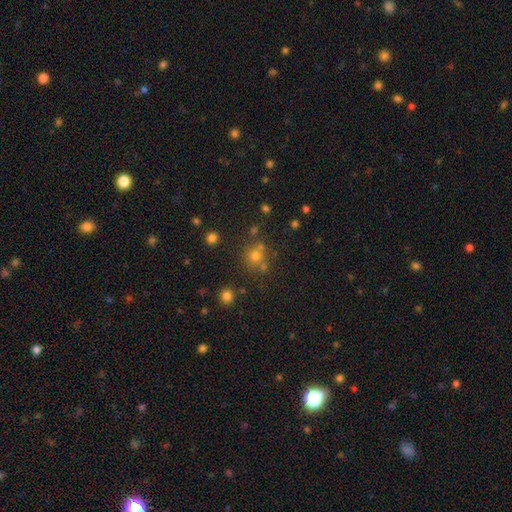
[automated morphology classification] This is likely a smooth galaxy (61%). How rounded: clearly round (89%). Merging: likely none (67%).